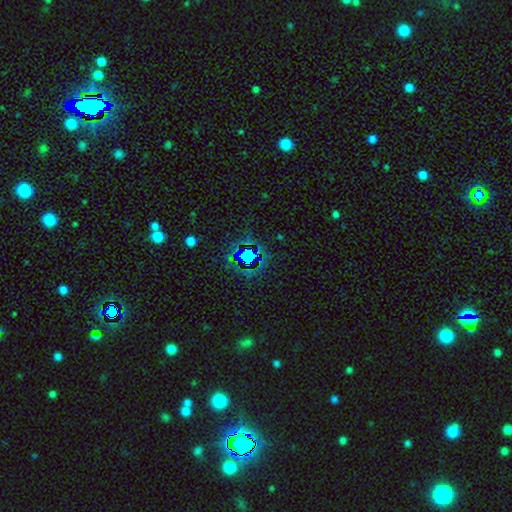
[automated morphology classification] type=star or artifact (69%).